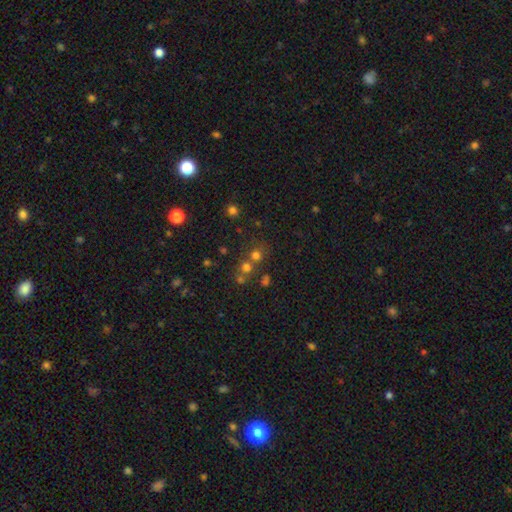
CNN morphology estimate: smooth-or-featured: smooth: 65% | star or artifact: 25% | featured or disk: 10%
  how-rounded: round: 87% | in between: 12% | cigar-shaped: 1%
  merging: none: 58% | merger: 32% | minor disturbance: 7% | major disturbance: 4%